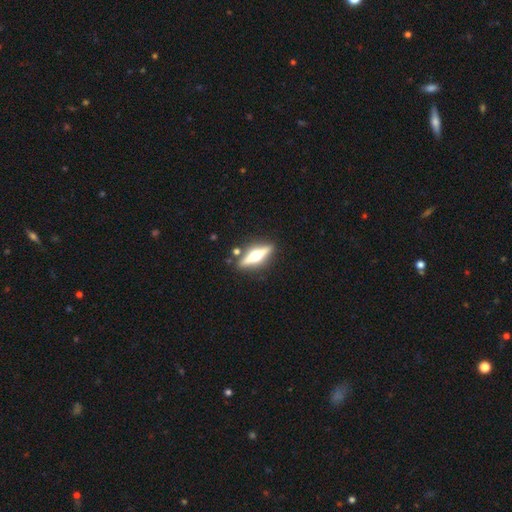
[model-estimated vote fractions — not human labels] featured or disk 74%, smooth 21%, star or artifact 5%. Down the decision tree: edge-on disk — yes (96%); edge-on bulge — rounded (96%); merging — none (87%).